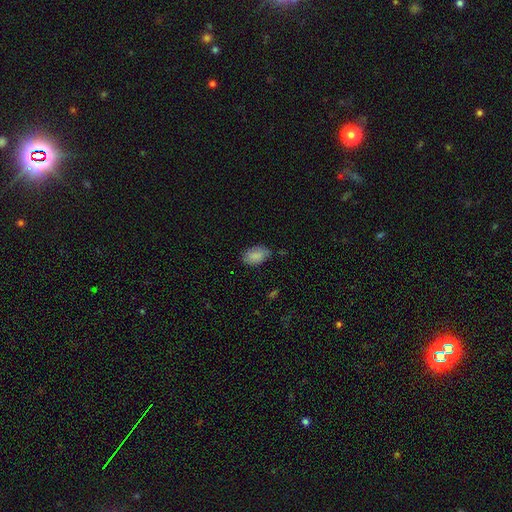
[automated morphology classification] Smooth or featured? Predicted: smooth (p=0.84). How rounded? Predicted: in between (p=0.90). Merging? Predicted: none (p=0.67).